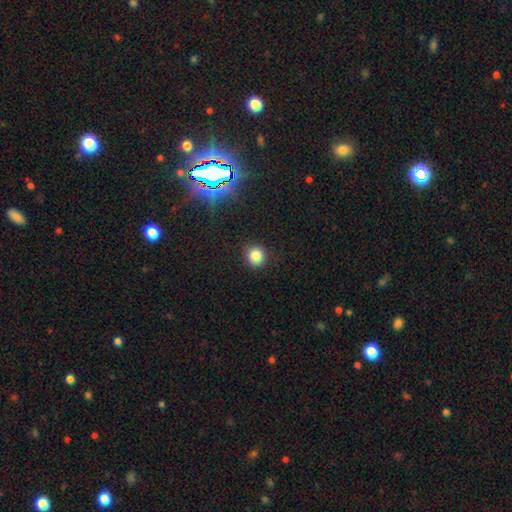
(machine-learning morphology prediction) smooth_or_featured: smooth (p=0.81) [alt: star or artifact p=0.13]
how_rounded: round (p=0.91) [alt: in between p=0.08]
merging: none (p=0.89) [alt: minor disturbance p=0.07]